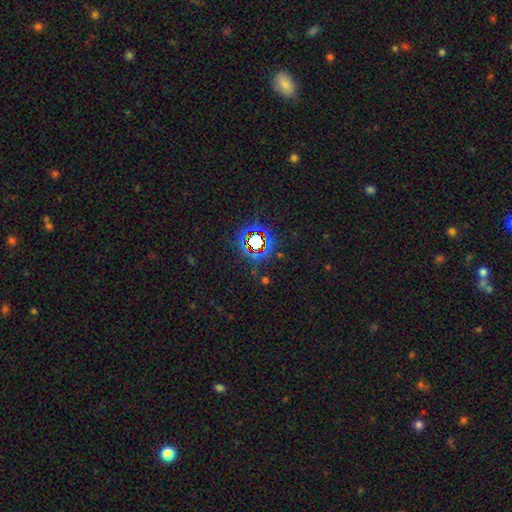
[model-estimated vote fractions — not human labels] This appears to be a star or artifact, not a galaxy (79%).